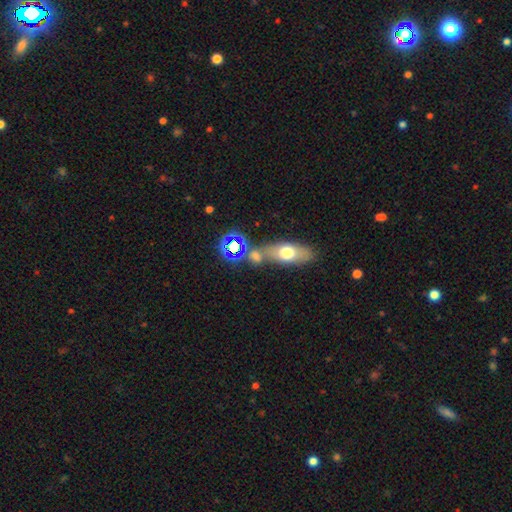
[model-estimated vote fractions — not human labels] smooth 52%, star or artifact 27%, featured or disk 21%. Down the decision tree: how rounded — in between (47%); merging — none (51%).